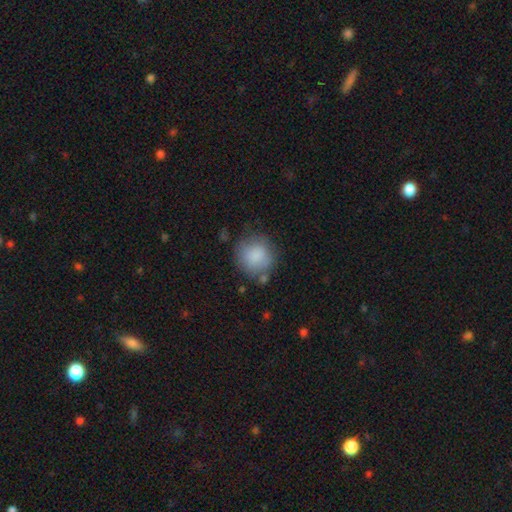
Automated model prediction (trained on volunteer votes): smooth 84%, featured or disk 8%, star or artifact 7%. Down the decision tree: how rounded — round (87%); merging — none (66%).